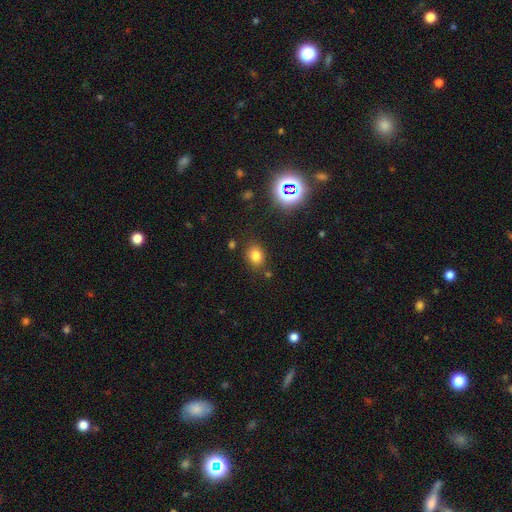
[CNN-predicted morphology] A smooth galaxy with no disk features (77%) that is in between round and cigar-shaped (54%). Merging: none (82%).